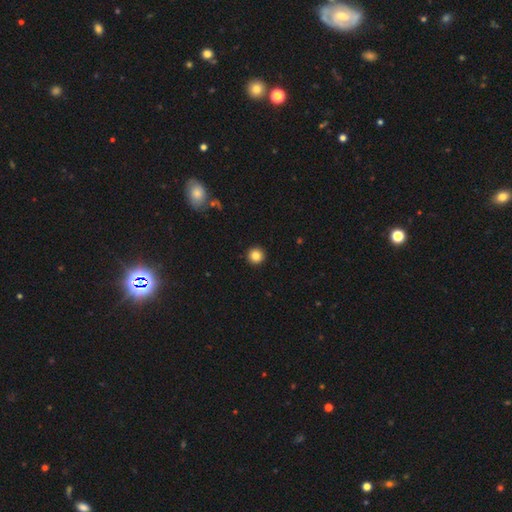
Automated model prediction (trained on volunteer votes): smooth_or_featured: smooth (p=0.84) [alt: star or artifact p=0.11]
how_rounded: round (p=0.96) [alt: in between p=0.03]
merging: none (p=0.94) [alt: minor disturbance p=0.04]